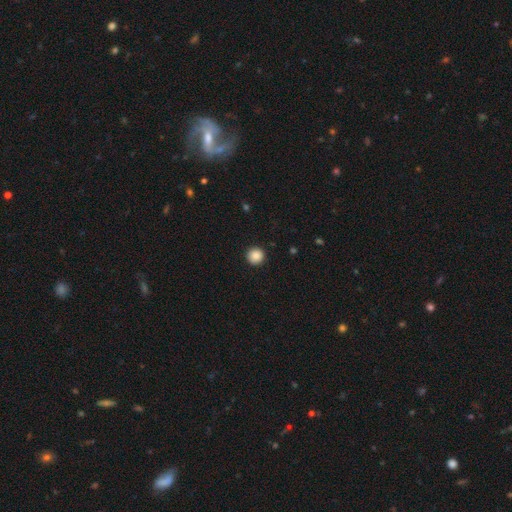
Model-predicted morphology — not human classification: This is clearly a smooth galaxy (88%). How rounded: clearly round (96%). Merging: clearly none (93%).